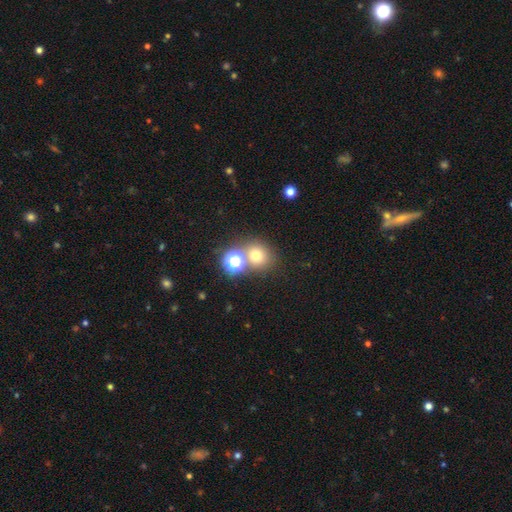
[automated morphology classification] Q: Smooth or featured?
A: smooth (69%); runner-up: star or artifact (21%)
Q: How rounded?
A: round (82%); runner-up: in between (17%)
Q: Merging?
A: none (62%); runner-up: merger (26%)